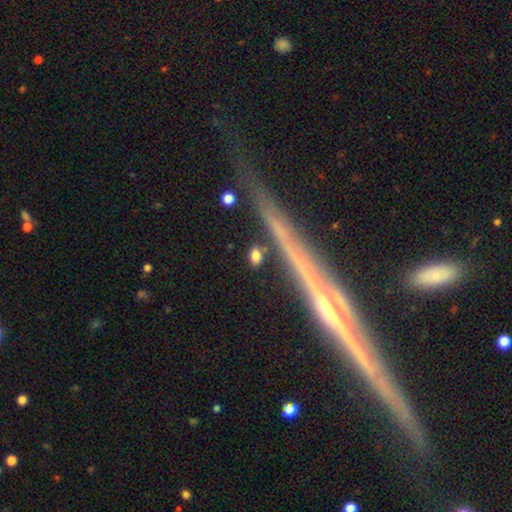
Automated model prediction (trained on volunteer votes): The model was most divided on "how rounded": in between: 64%, round: 24%, cigar-shaped: 12%. More confident: merging — none (82%); smooth or featured — smooth (78%).